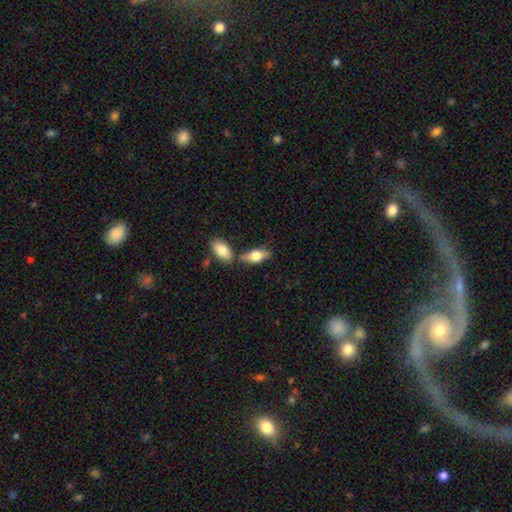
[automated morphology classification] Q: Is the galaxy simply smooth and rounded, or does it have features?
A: smooth — 68%.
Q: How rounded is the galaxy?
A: in between — 82%.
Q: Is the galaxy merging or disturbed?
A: none — 61%.